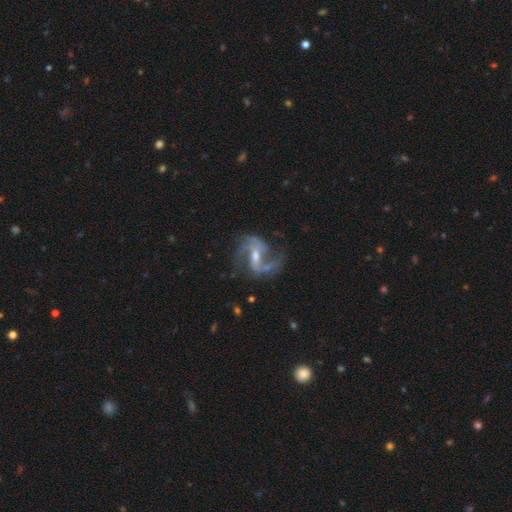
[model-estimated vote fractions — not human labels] Overall: featured or disk (88%). Edge-on disk: no (97%). Bar: weak (45%; strong 35%). Spiral arms: yes (96%). Spiral arm count: 2 (77%). Spiral winding: loose (45%; medium 44%). Bulge size: moderate (51%; small 43%). Merging: none (63%).